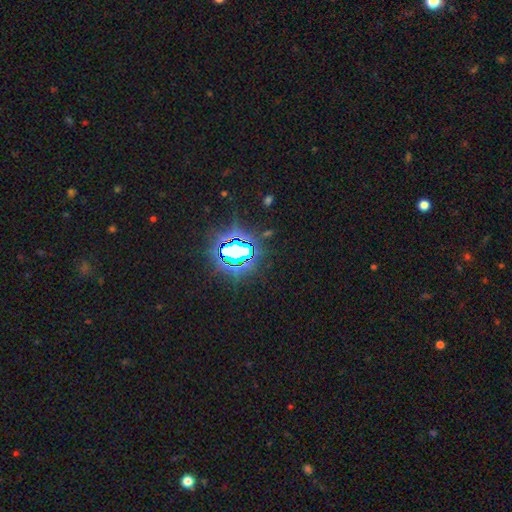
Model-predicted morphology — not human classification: Smooth or featured: star or artifact — 82% (smooth — 11%)